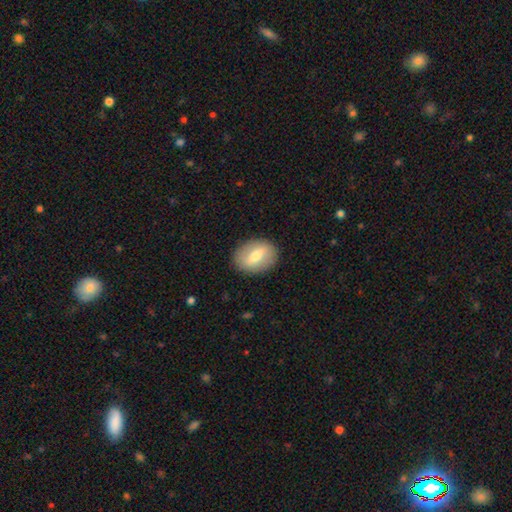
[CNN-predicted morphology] smooth 58%, featured or disk 35%, star or artifact 7%. Down the decision tree: how rounded — in between (70%); merging — none (87%).